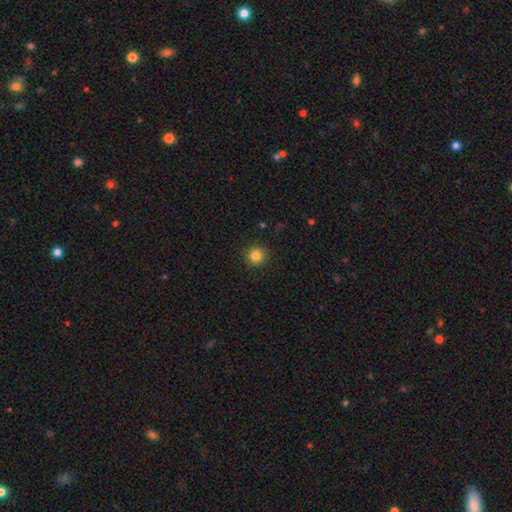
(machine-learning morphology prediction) Smooth or featured?
  - smooth: 83% *
  - star or artifact: 12%
  - featured or disk: 5%
How rounded?
  - round: 95% *
  - in between: 4%
  - cigar-shaped: 1%
Merging?
  - none: 92% *
  - minor disturbance: 5%
  - major disturbance: 2%
  - merger: 1%